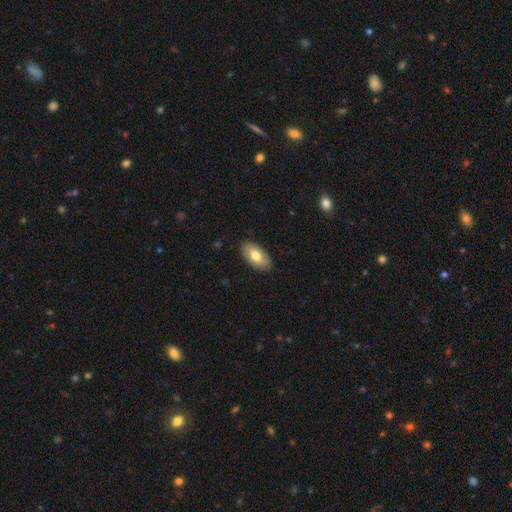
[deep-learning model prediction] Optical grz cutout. It shows a smooth galaxy with no disk features (71%) that is in between round and cigar-shaped (94%). Merging: none (88%).